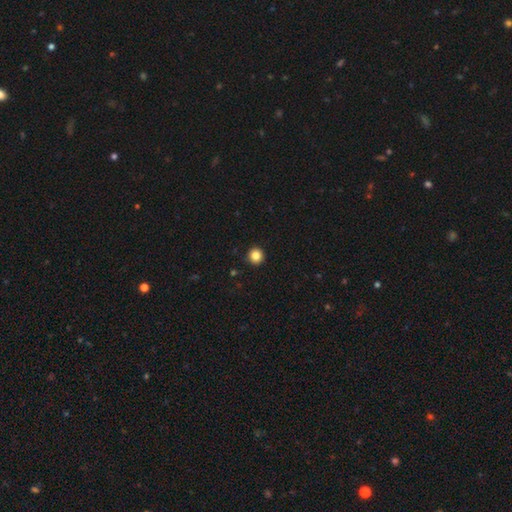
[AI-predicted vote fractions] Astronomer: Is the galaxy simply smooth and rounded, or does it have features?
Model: smooth — 85%.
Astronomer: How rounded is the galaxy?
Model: round — 95%.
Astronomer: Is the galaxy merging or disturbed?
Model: none — 93%.